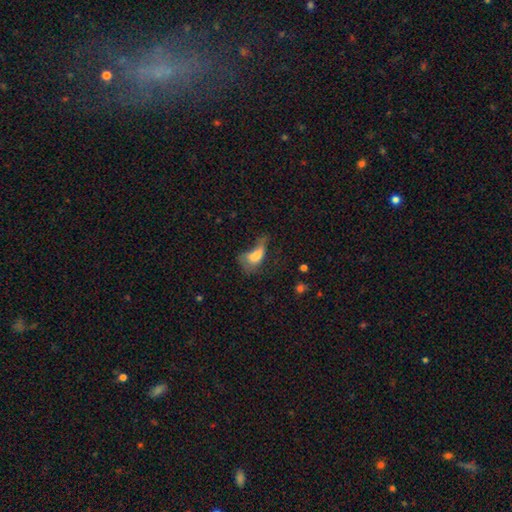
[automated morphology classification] The model was most divided on "merging": major disturbance: 54%, minor disturbance: 19%, none: 17%, merger: 10%. More confident: how rounded — in between (80%); smooth or featured — smooth (61%).